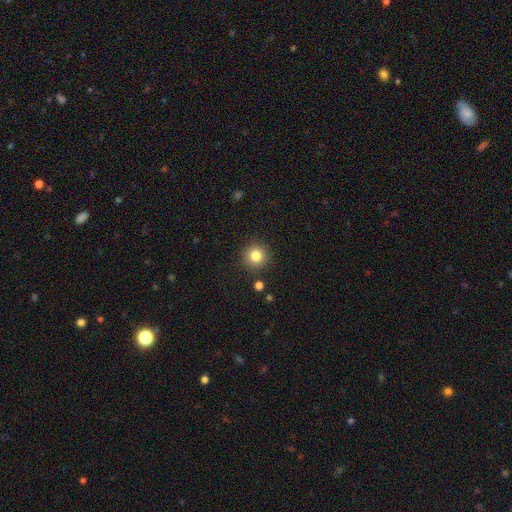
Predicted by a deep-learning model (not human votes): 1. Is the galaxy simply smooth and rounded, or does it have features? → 82% smooth, 11% star or artifact, 6% featured or disk.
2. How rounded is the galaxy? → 95% round, 4% in between, 1% cigar-shaped.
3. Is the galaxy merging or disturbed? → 90% none, 6% minor disturbance, 2% major disturbance, 2% merger.